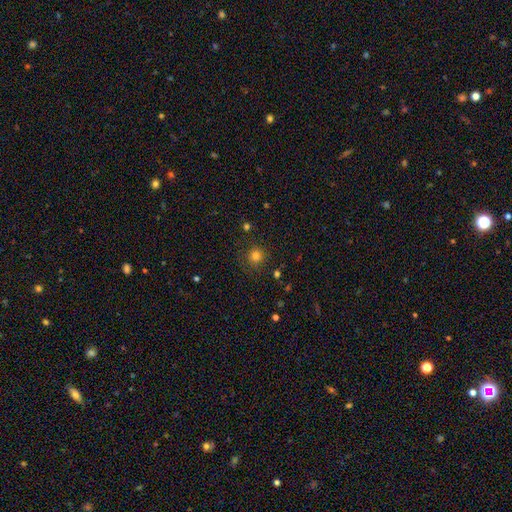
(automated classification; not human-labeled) The model was most divided on "smooth or featured": smooth: 79%, star or artifact: 16%, featured or disk: 5%. More confident: how rounded — round (93%); merging — none (85%).